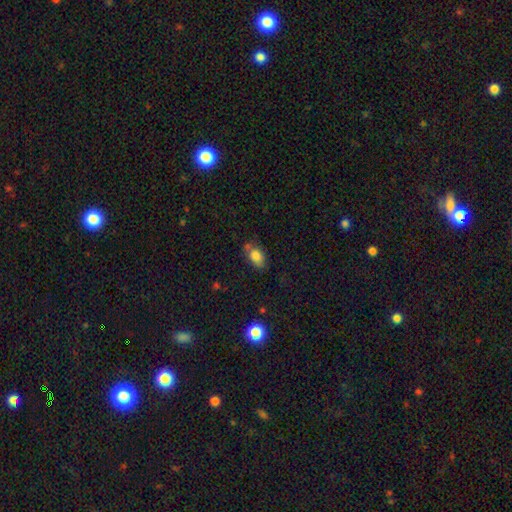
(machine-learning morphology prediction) The model was most divided on "merging": none: 59%, minor disturbance: 22%, merger: 14%, major disturbance: 6%. More confident: how rounded — in between (82%); smooth or featured — smooth (80%).